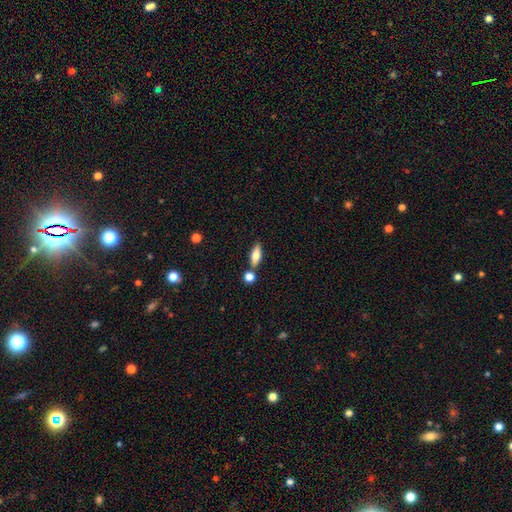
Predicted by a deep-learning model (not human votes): smooth-or-featured: smooth: 67% | featured or disk: 26% | star or artifact: 8%
  how-rounded: in between: 63% | cigar-shaped: 32% | round: 4%
  merging: none: 72% | merger: 14% | minor disturbance: 11% | major disturbance: 3%